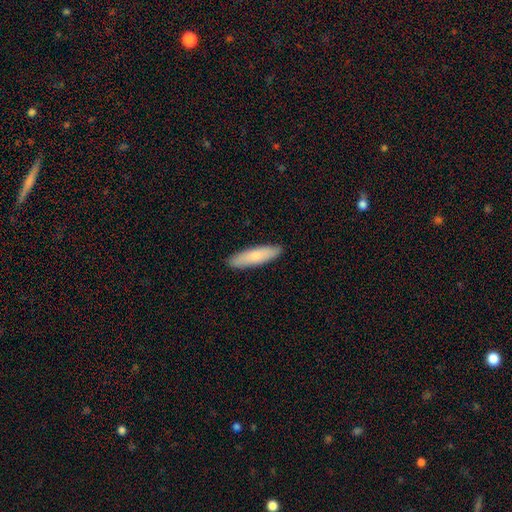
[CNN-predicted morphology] The model was most divided on "how rounded": cigar-shaped: 68%, in between: 31%, round: 2%. More confident: merging — none (90%); smooth or featured — smooth (77%).